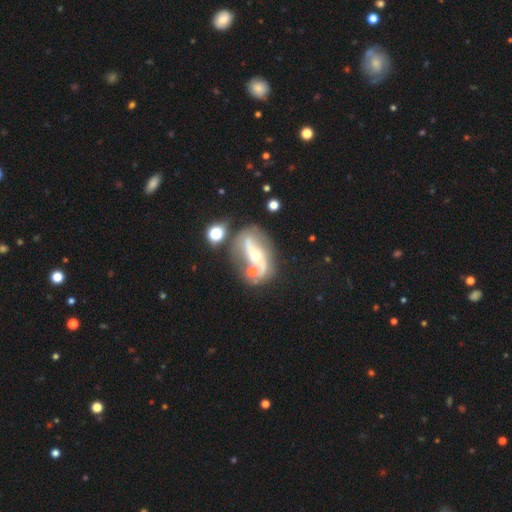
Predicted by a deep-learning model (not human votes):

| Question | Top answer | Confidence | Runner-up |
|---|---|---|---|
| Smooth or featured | featured or disk | 82% | smooth (11%) |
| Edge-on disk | no | 93% | yes (7%) |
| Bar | no | 39% | strong (37%) |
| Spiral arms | yes | 82% | no (18%) |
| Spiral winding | loose | 54% | medium (33%) |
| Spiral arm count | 2 | 87% | can't tell (6%) |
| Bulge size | moderate | 56% | small (38%) |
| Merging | none | 57% | minor disturbance (17%) |